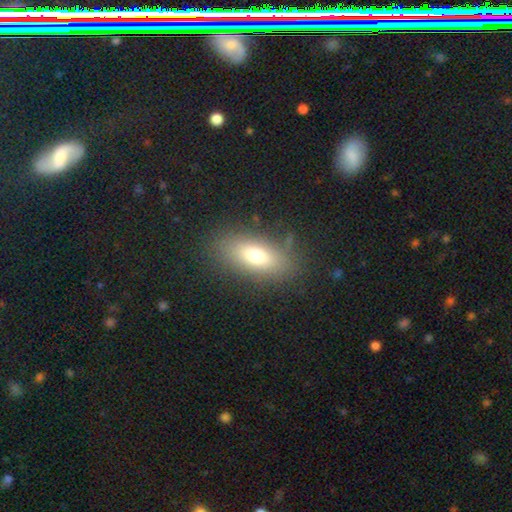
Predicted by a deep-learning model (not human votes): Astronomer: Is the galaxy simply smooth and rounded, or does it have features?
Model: smooth — 70%.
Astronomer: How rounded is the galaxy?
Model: in between — 81%.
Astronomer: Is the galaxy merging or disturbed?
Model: none — 80%.